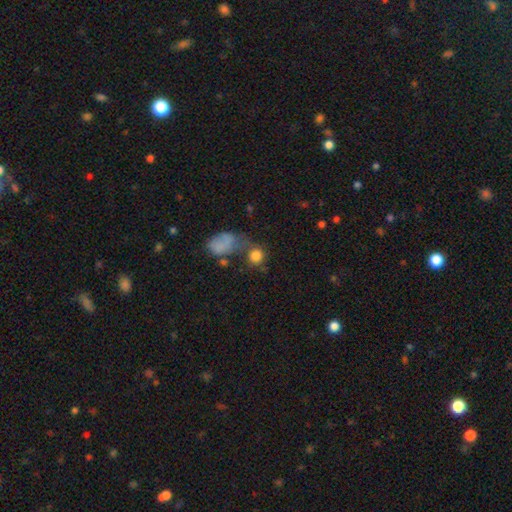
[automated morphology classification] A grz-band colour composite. It shows a smooth galaxy with no disk features (80%) that is round (80%). Merging: none (48%).